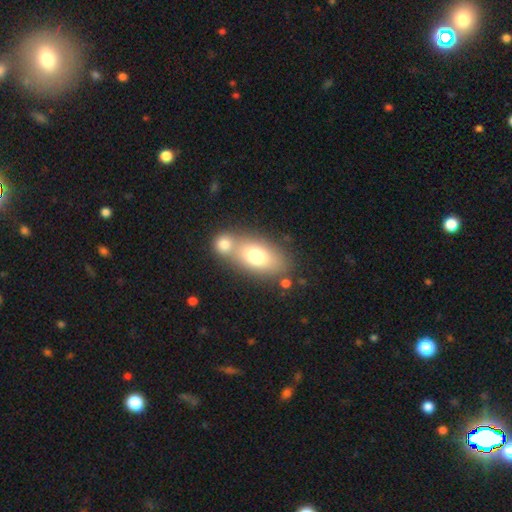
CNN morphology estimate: This is likely a smooth galaxy (73%). How rounded: clearly in between (85%). Merging: possibly merger (46%).